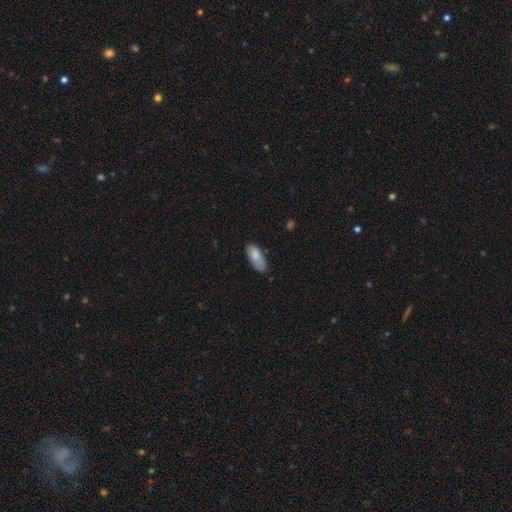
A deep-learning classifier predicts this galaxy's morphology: Q: Smooth or featured?
A: smooth (82%); runner-up: featured or disk (11%)
Q: How rounded?
A: in between (84%); runner-up: cigar-shaped (14%)
Q: Merging?
A: none (63%); runner-up: minor disturbance (28%)